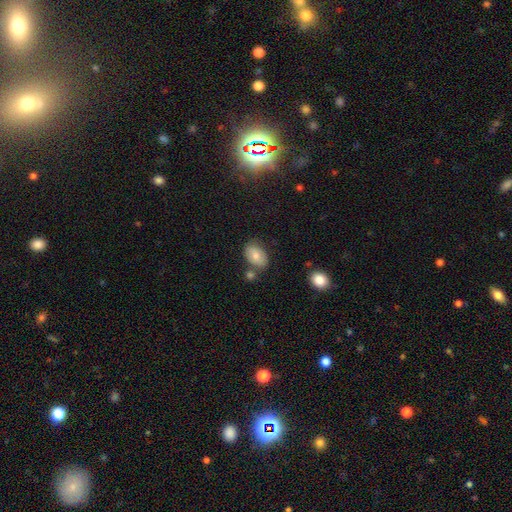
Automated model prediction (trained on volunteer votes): Smooth or featured? smooth (78%)
How rounded? in between (88%)
Merging? none (66%)